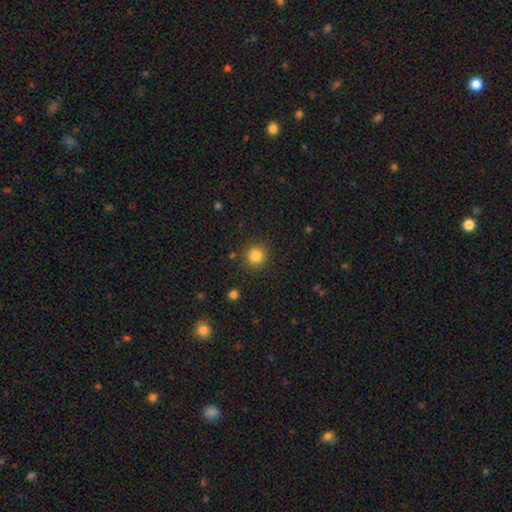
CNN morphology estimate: smooth 84%, star or artifact 11%, featured or disk 5%. Down the decision tree: how rounded — round (93%); merging — none (89%).